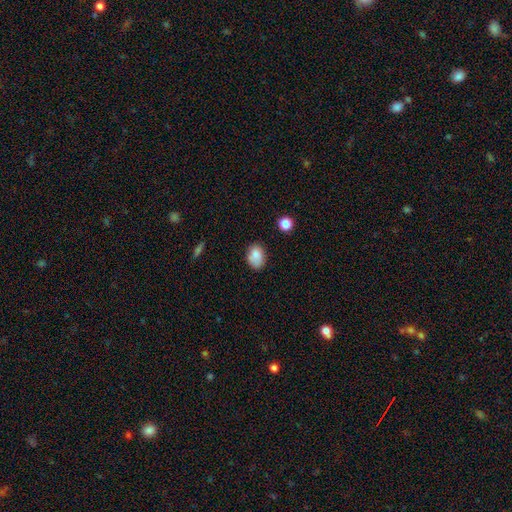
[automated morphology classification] smooth-or-featured: smooth: 84% | star or artifact: 9% | featured or disk: 7%
  how-rounded: in between: 76% | round: 23% | cigar-shaped: 1%
  merging: none: 72% | minor disturbance: 21% | major disturbance: 4% | merger: 3%